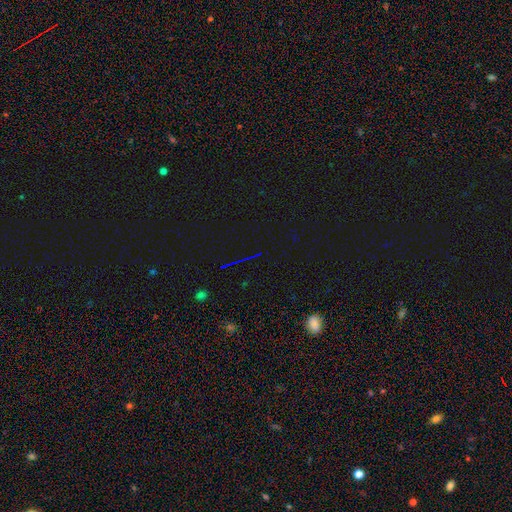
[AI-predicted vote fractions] smooth_or_featured: star or artifact (p=0.78) [alt: smooth p=0.11]